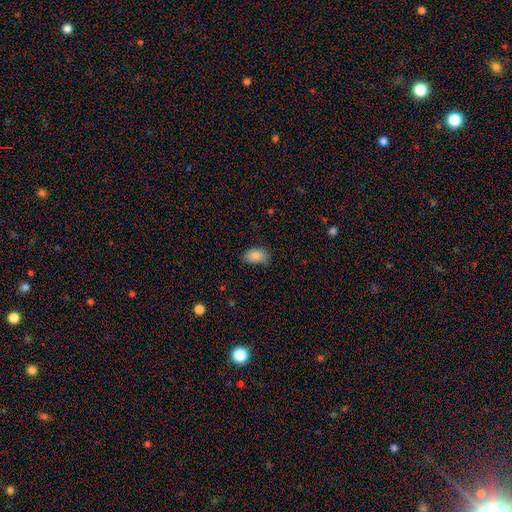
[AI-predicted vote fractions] smooth 86%, star or artifact 8%, featured or disk 6%. Down the decision tree: how rounded — in between (88%); merging — none (73%).